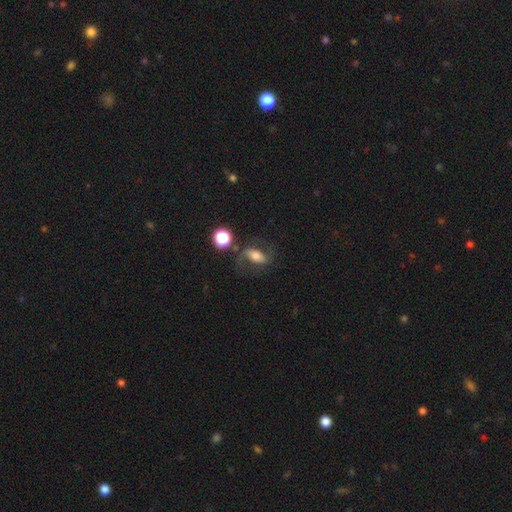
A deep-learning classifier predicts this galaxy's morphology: smooth_or_featured: featured or disk (p=0.54) [alt: smooth p=0.34]
disk_edge_on: no (p=0.91) [alt: yes p=0.09]
merging: none (p=0.64) [alt: minor disturbance p=0.17]